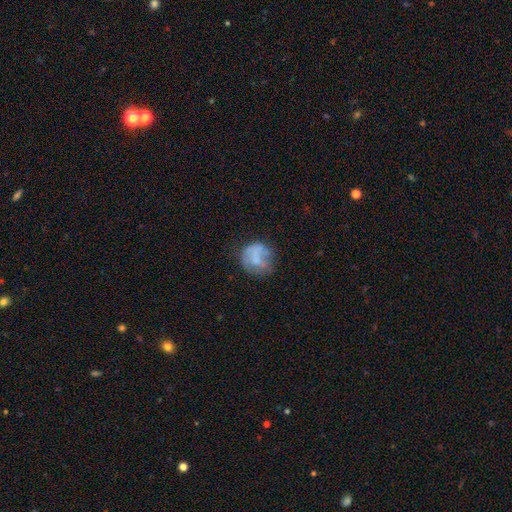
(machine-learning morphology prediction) Overall: smooth (55%; featured or disk 36%). How rounded: round (84%). Merging: none (54%; minor disturbance 24%).